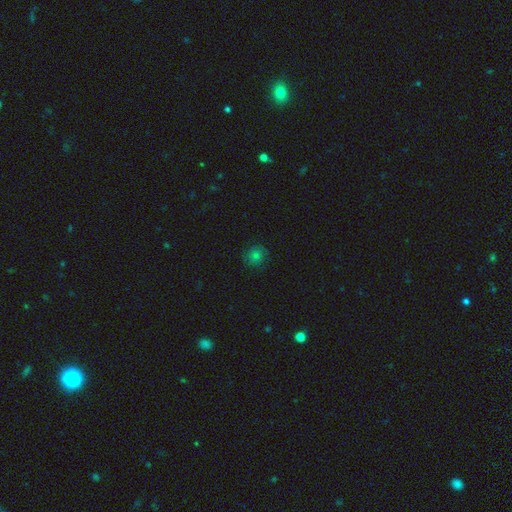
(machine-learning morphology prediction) The model was most divided on "smooth or featured": smooth: 72%, star or artifact: 19%, featured or disk: 9%. More confident: how rounded — round (89%); merging — none (86%).